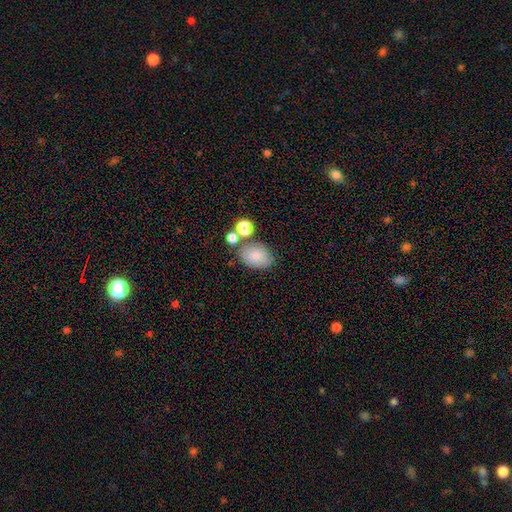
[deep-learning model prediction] Morphology: type=smooth (81%); roundness=in between (84%); merging=none (66%).